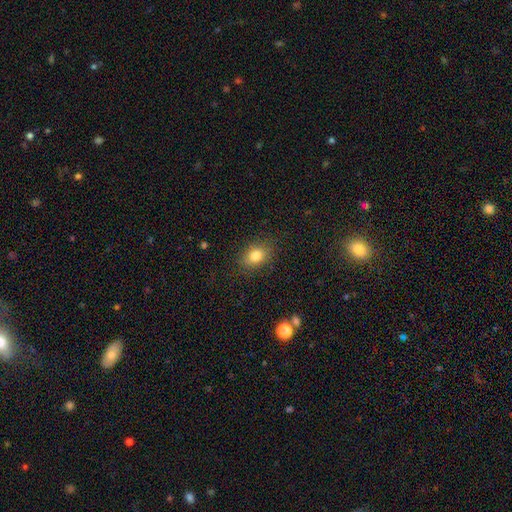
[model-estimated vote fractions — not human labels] This appears to be a smooth galaxy with no disk features (80%) that is in between round and cigar-shaped (74%). Merging: none (85%).